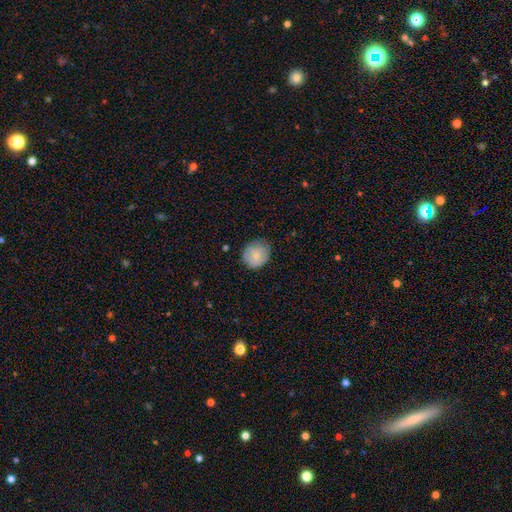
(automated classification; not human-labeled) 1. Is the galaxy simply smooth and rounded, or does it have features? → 77% smooth, 15% featured or disk, 7% star or artifact.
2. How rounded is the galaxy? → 71% round, 28% in between, 1% cigar-shaped.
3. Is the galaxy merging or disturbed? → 71% none, 23% minor disturbance, 5% major disturbance, 1% merger.